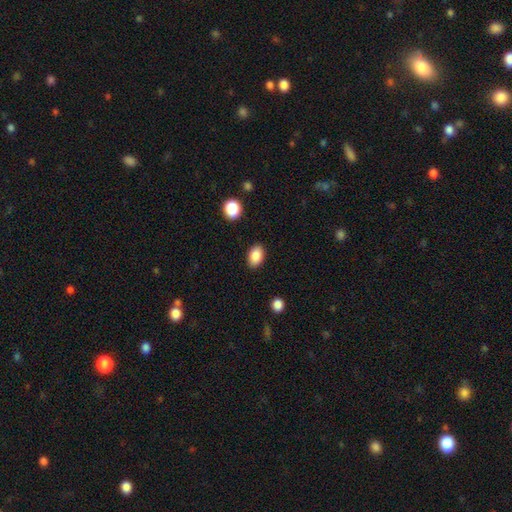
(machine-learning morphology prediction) Smooth or featured? smooth (88%)
How rounded? in between (86%)
Merging? none (88%)